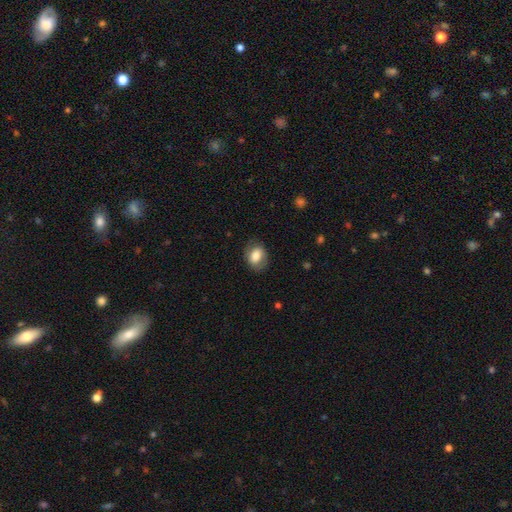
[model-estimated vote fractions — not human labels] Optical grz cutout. It shows a smooth galaxy with no disk features (74%) that is in between round and cigar-shaped (71%). Merging: none (78%).